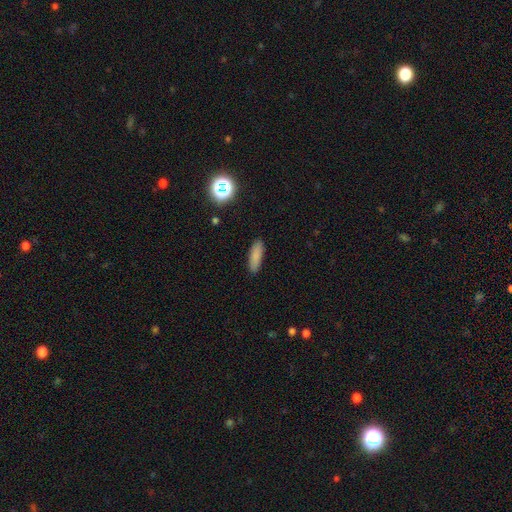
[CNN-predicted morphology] This is clearly a smooth galaxy (85%). How rounded: possibly in between (51%). Merging: clearly none (89%).